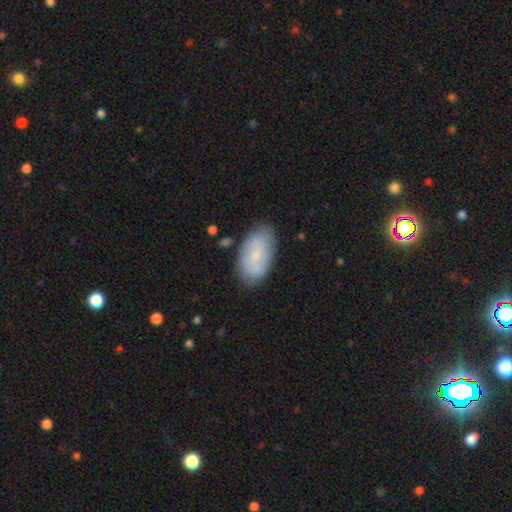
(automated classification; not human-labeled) Overall: smooth (67%). How rounded: in between (94%). Merging: none (75%).